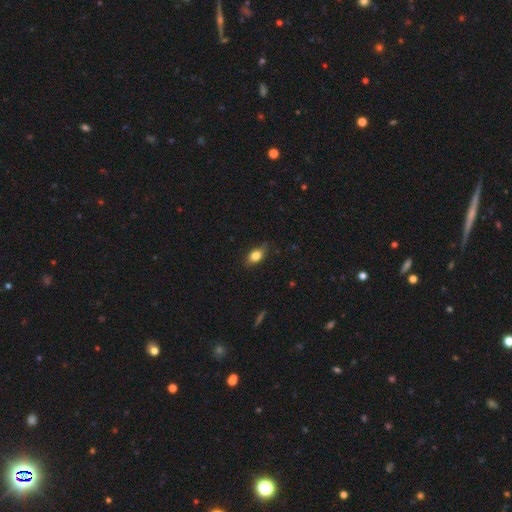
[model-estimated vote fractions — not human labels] A smooth galaxy with no disk features (78%) that is in between round and cigar-shaped (81%). Merging: none (76%).